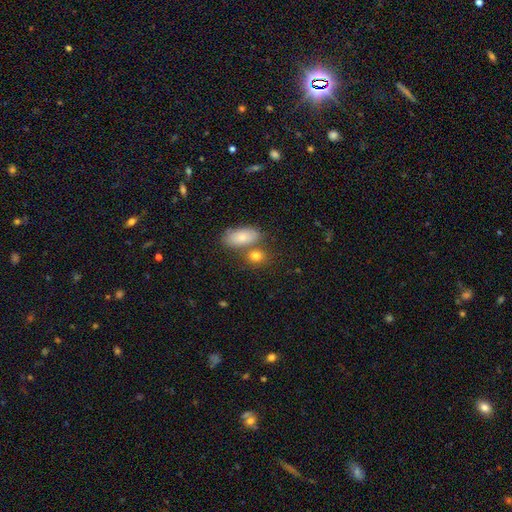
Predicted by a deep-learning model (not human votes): Q: Smooth or featured?
A: smooth (80%); runner-up: featured or disk (11%)
Q: How rounded?
A: in between (58%); runner-up: round (38%)
Q: Merging?
A: none (56%); runner-up: merger (30%)